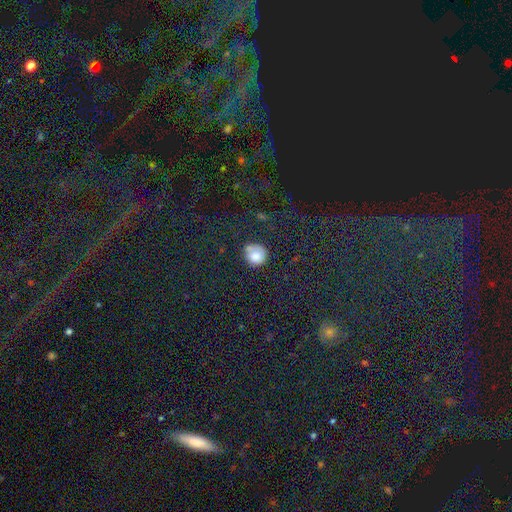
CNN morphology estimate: A smooth galaxy with no disk features (79%) that is round (87%). Merging: none (60%).